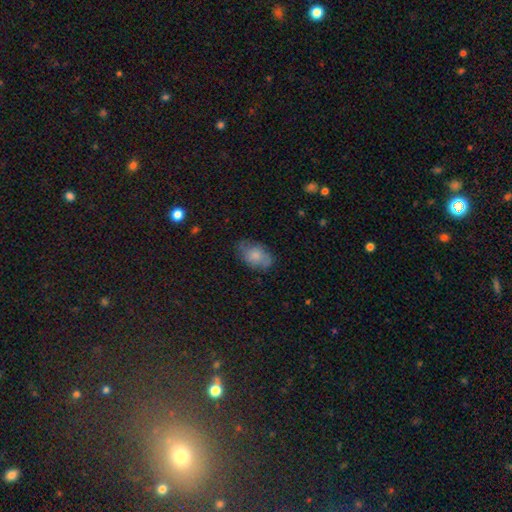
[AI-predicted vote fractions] The model was most divided on "merging": none: 63%, minor disturbance: 26%, major disturbance: 9%, merger: 2%. More confident: how rounded — in between (87%); smooth or featured — smooth (70%).